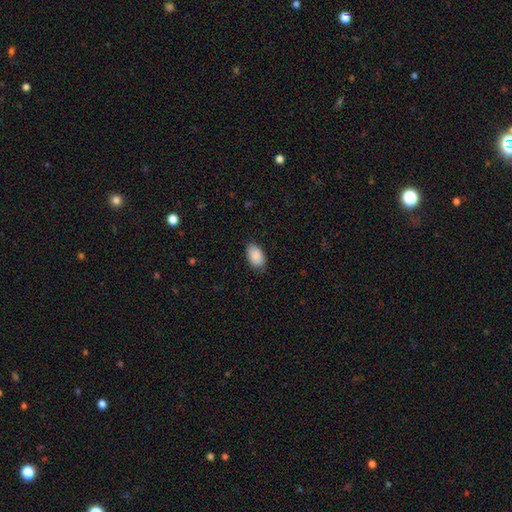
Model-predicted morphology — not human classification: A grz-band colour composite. It shows a smooth galaxy with no disk features (89%) that is in between round and cigar-shaped (94%). Merging: none (80%).